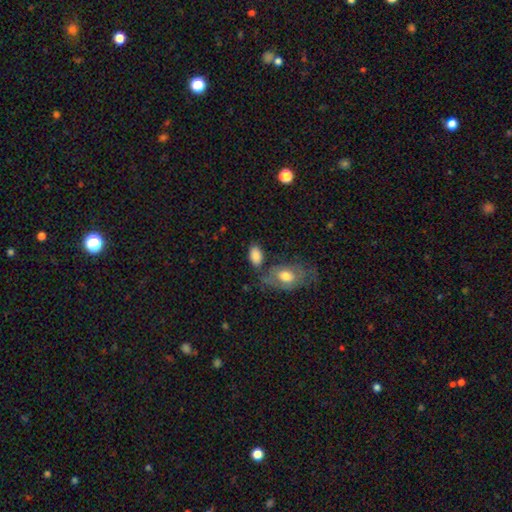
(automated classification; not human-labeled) The model was most divided on "merging": none: 62%, minor disturbance: 18%, merger: 14%, major disturbance: 6%. More confident: how rounded — in between (92%); smooth or featured — smooth (84%).